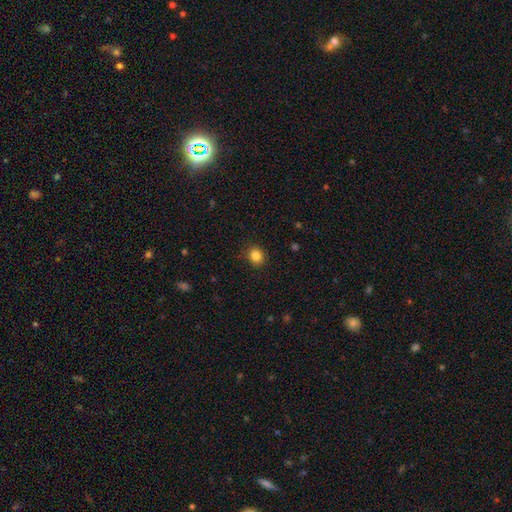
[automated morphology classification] Overall: smooth (84%). How rounded: round (78%). Merging: none (89%).